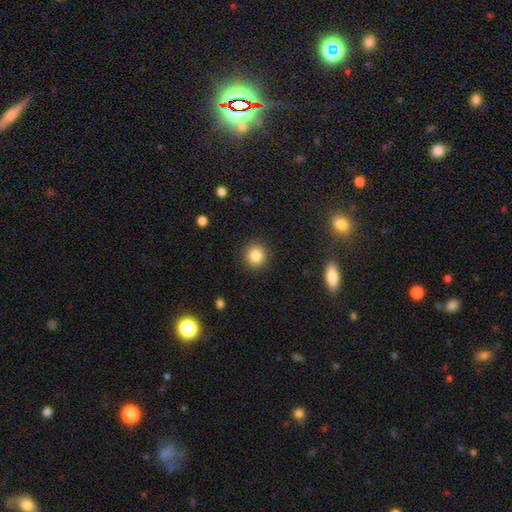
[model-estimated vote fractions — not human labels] This is clearly a smooth galaxy (85%). How rounded: clearly round (93%). Merging: clearly none (91%).